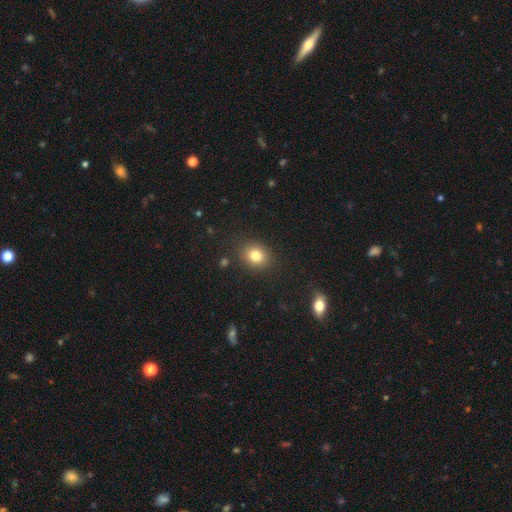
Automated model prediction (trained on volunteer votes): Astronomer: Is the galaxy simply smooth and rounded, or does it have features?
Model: smooth — 81%.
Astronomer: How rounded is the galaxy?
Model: round — 65%.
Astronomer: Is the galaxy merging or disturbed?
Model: none — 87%.